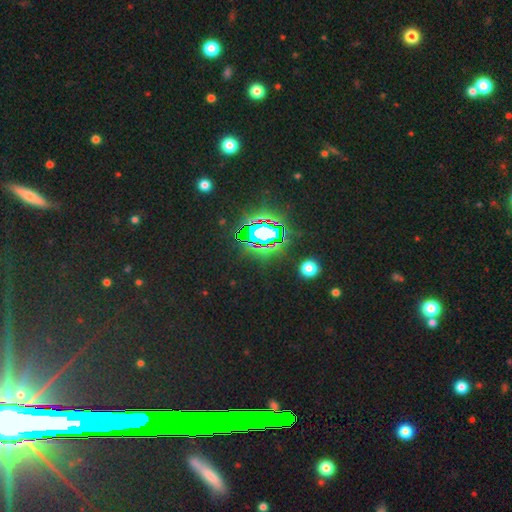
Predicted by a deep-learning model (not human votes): Morphology: type=star or artifact (82%).